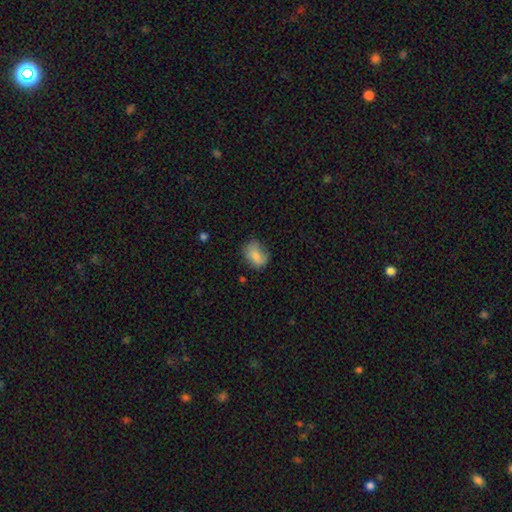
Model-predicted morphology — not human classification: smooth 79%, featured or disk 12%, star or artifact 9%. Down the decision tree: how rounded — in between (71%); merging — none (57%).